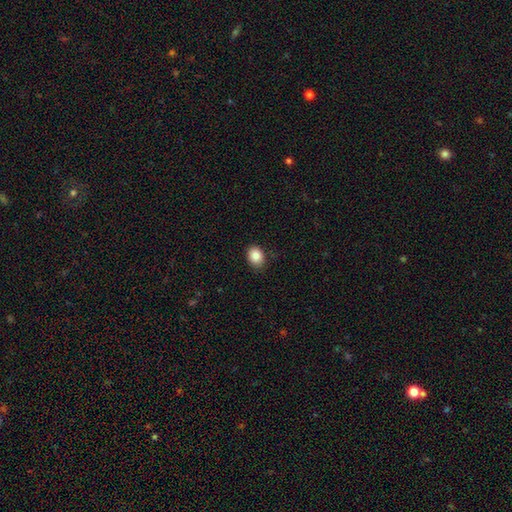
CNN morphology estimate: A smooth galaxy with no disk features (87%) that is in between round and cigar-shaped (61%). Merging: none (84%).